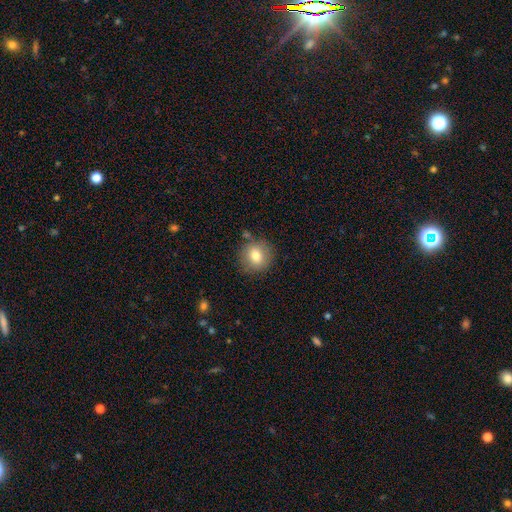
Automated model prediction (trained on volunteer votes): smooth_or_featured: smooth (p=0.78) [alt: featured or disk p=0.12]
how_rounded: round (p=0.88) [alt: in between p=0.11]
merging: none (p=0.81) [alt: minor disturbance p=0.12]